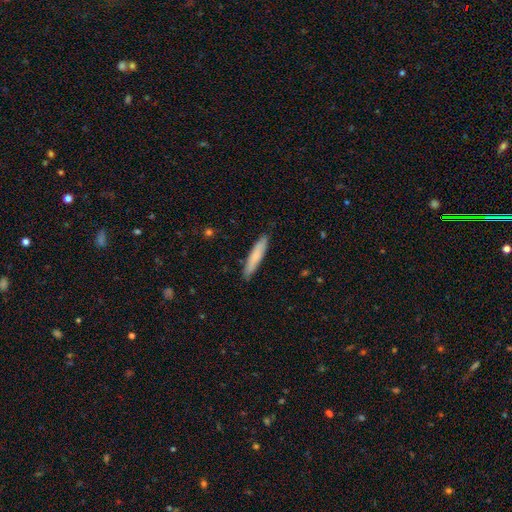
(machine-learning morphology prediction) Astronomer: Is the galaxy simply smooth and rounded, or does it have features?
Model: smooth — 76%.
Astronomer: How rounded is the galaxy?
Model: cigar-shaped — 89%.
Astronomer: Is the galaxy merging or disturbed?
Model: none — 88%.